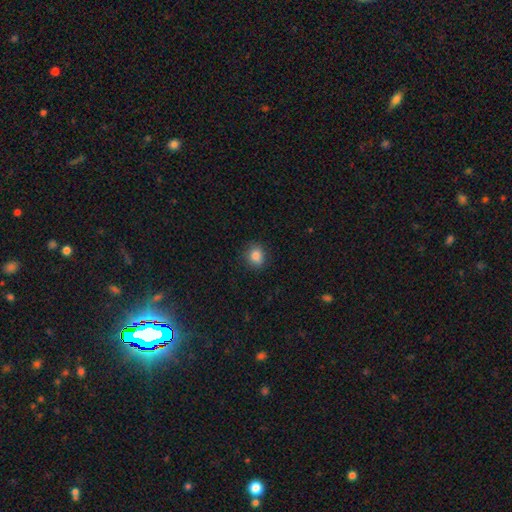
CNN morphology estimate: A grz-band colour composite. It shows a smooth galaxy with no disk features (84%) that is round (69%). Merging: none (85%).